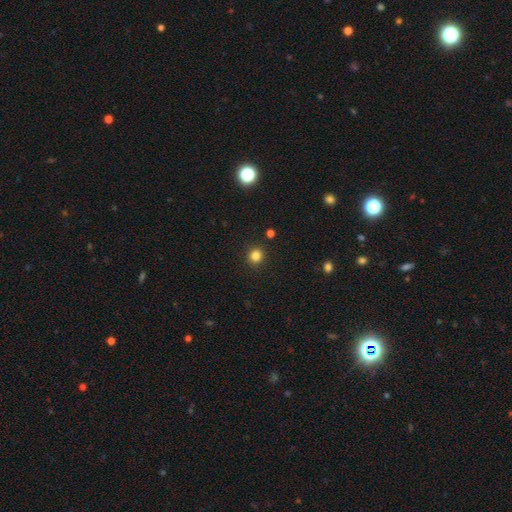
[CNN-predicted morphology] smooth-or-featured: smooth: 82% | star or artifact: 14% | featured or disk: 4%
  how-rounded: round: 92% | in between: 7% | cigar-shaped: 1%
  merging: none: 92% | minor disturbance: 5% | major disturbance: 2% | merger: 2%